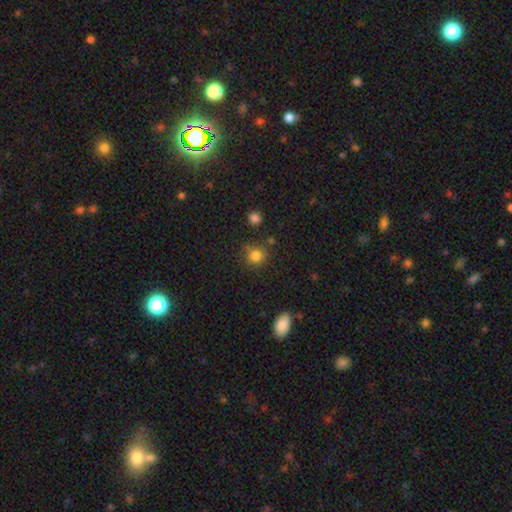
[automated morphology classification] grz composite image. It shows a smooth galaxy with no disk features (82%) that is round (85%). Merging: none (76%).